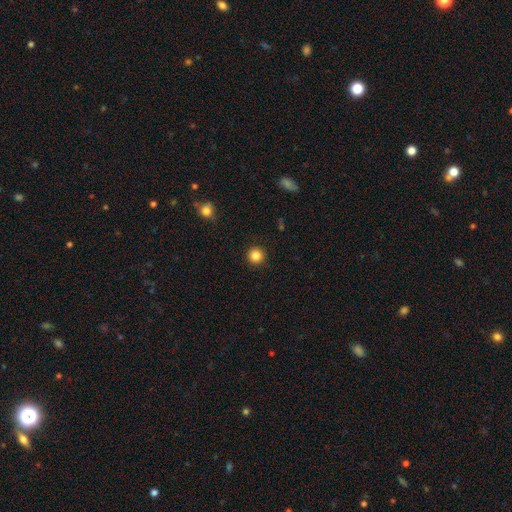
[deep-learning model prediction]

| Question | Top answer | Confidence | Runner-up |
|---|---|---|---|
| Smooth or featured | smooth | 85% | star or artifact (11%) |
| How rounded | round | 96% | in between (4%) |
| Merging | none | 92% | minor disturbance (5%) |